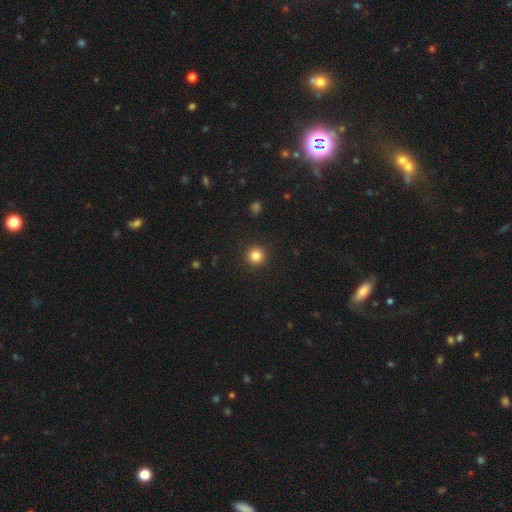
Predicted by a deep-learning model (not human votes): smooth_or_featured: smooth (p=0.84) [alt: star or artifact p=0.11]
how_rounded: round (p=0.95) [alt: in between p=0.04]
merging: none (p=0.92) [alt: minor disturbance p=0.05]